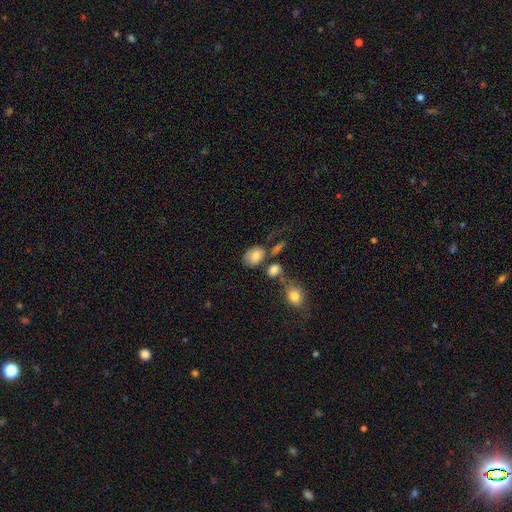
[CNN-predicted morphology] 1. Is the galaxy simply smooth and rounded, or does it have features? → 77% smooth, 14% featured or disk, 9% star or artifact.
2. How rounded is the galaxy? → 75% in between, 24% round, 1% cigar-shaped.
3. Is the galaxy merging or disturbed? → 55% none, 18% merger, 18% minor disturbance, 9% major disturbance.